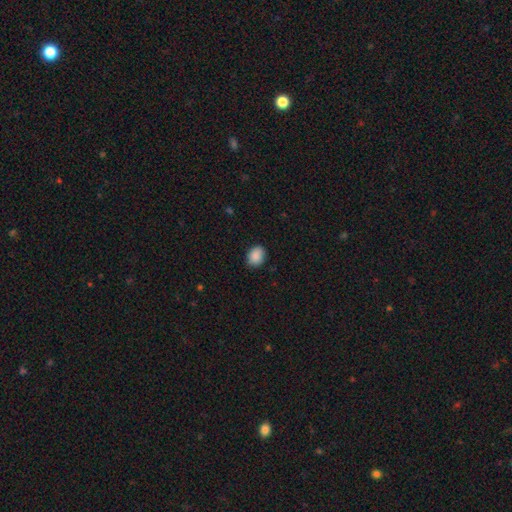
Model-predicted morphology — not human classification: A smooth galaxy with no disk features (89%) that is in between round and cigar-shaped (54%). Merging: none (85%).